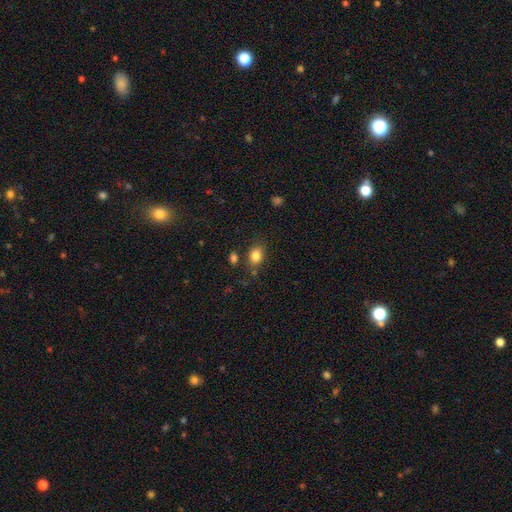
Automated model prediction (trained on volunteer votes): A smooth galaxy with no disk features (83%) that is in between round and cigar-shaped (63%).

Vote fractions:
- Smooth or featured? smooth: 83% / star or artifact: 10% / featured or disk: 6%
- How rounded? in between: 63% / round: 36% / cigar-shaped: 1%
- Merging? none: 76% / minor disturbance: 14% / merger: 6% / major disturbance: 4%